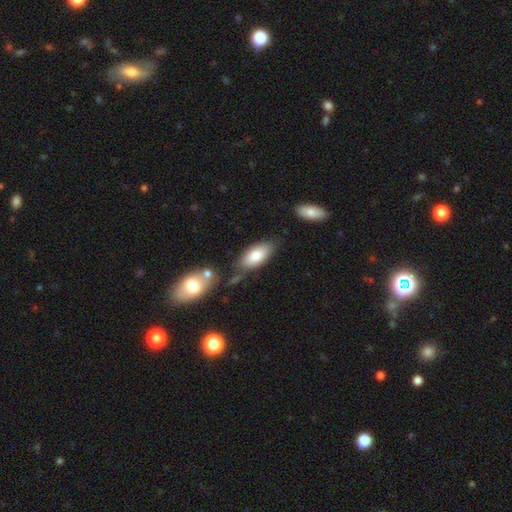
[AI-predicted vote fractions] smooth-or-featured: smooth: 80% | featured or disk: 13% | star or artifact: 6%
  how-rounded: in between: 89% | cigar-shaped: 8% | round: 2%
  merging: none: 70% | minor disturbance: 16% | merger: 9% | major disturbance: 4%